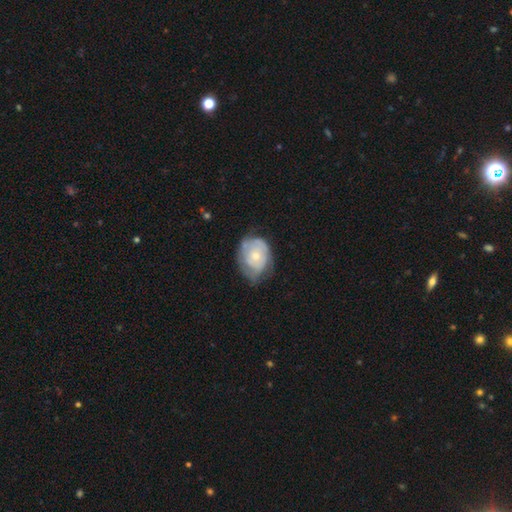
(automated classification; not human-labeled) Overall: featured or disk (51%; smooth 42%). Edge-on disk: no (97%). Merging: none (45%; minor disturbance 37%).